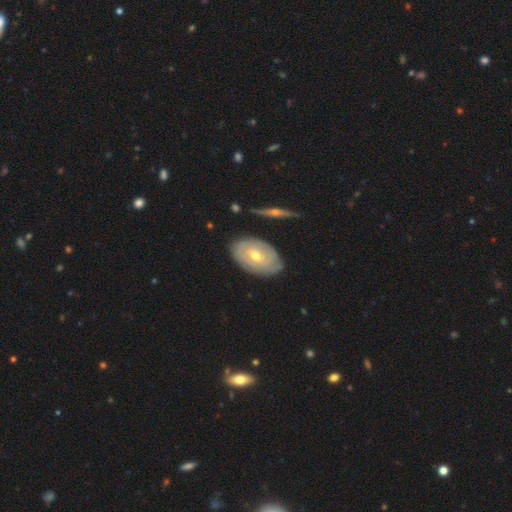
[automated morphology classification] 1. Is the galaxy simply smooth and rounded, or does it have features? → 66% featured or disk, 28% smooth, 6% star or artifact.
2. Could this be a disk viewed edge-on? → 89% no, 11% yes.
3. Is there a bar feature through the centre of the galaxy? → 66% no, 27% weak, 7% strong.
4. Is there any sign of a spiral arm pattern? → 68% yes, 32% no.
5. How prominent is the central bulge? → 53% moderate, 44% small, 2% large, 1% none, 1% dominant.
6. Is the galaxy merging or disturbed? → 78% none, 16% minor disturbance, 3% major disturbance, 3% merger.